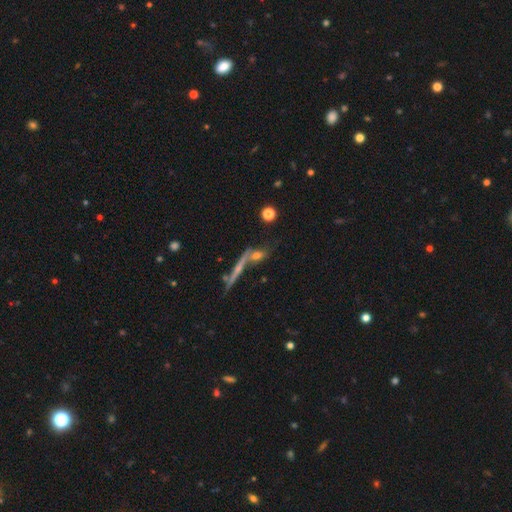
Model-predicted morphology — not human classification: smooth-or-featured: featured or disk: 51% | smooth: 32% | star or artifact: 17%
  disk-edge-on: yes: 72% | no: 28%
  merging: none: 47% | merger: 31% | minor disturbance: 12% | major disturbance: 10%